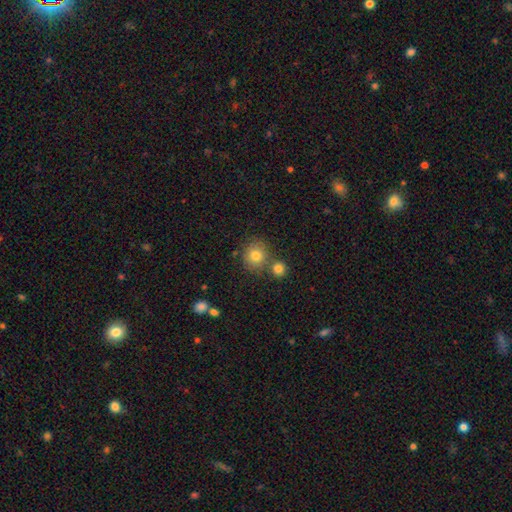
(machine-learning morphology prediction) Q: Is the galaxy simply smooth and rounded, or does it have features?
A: smooth — 80%.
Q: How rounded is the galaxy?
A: round — 84%.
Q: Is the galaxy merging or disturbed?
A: none — 65%.